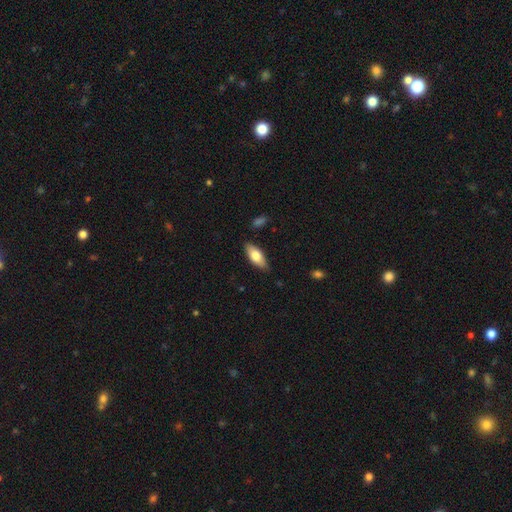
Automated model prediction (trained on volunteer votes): Smooth or featured?
  - smooth: 74% *
  - featured or disk: 20%
  - star or artifact: 6%
How rounded?
  - in between: 78% *
  - cigar-shaped: 19%
  - round: 2%
Merging?
  - none: 84% *
  - minor disturbance: 13%
  - major disturbance: 2%
  - merger: 2%